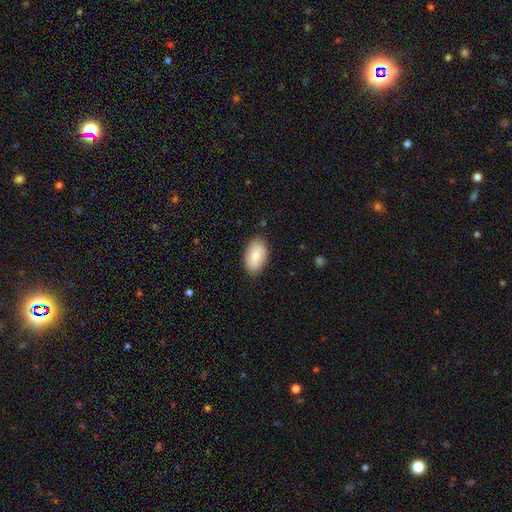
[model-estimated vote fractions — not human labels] smooth_or_featured: smooth (p=0.82) [alt: featured or disk p=0.12]
how_rounded: in between (p=0.94) [alt: round p=0.04]
merging: none (p=0.84) [alt: minor disturbance p=0.12]